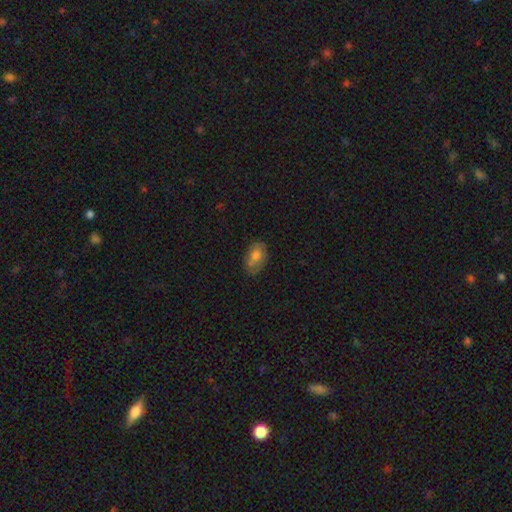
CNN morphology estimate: type=smooth (68%); roundness=in between (88%); merging=none (67%).